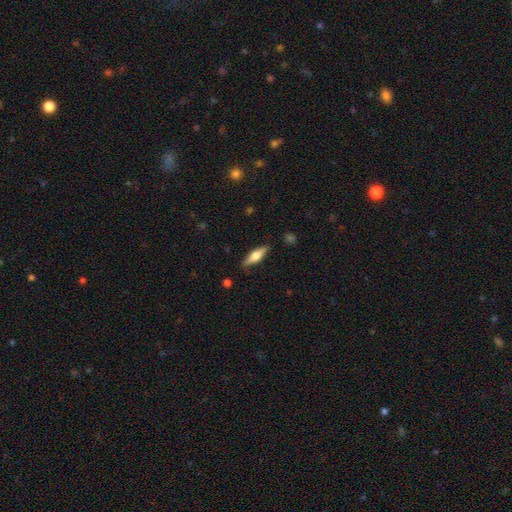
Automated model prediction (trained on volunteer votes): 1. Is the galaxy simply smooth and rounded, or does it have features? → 54% smooth, 40% featured or disk, 6% star or artifact.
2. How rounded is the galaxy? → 59% cigar-shaped, 38% in between, 2% round.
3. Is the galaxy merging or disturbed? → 87% none, 10% minor disturbance, 2% major disturbance, 1% merger.